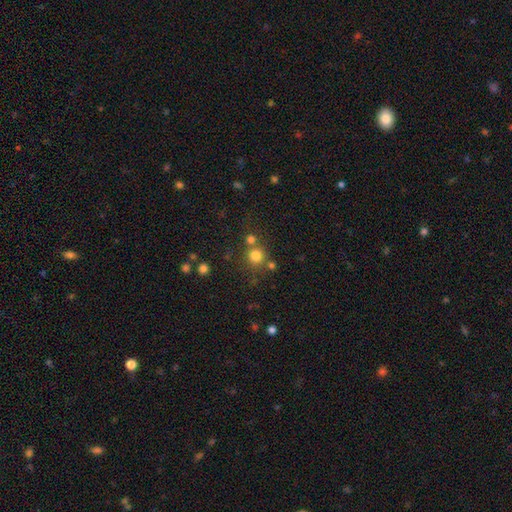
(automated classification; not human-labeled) Smooth or featured: smooth — 77% (star or artifact — 16%)
How rounded: round — 92% (in between — 7%)
Merging: none — 68% (merger — 20%)